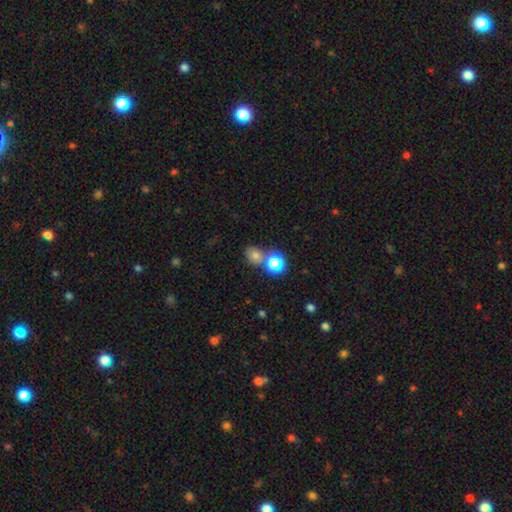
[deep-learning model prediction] This appears to be a smooth galaxy with no disk features (70%) that is round (60%). Merging: none (59%).